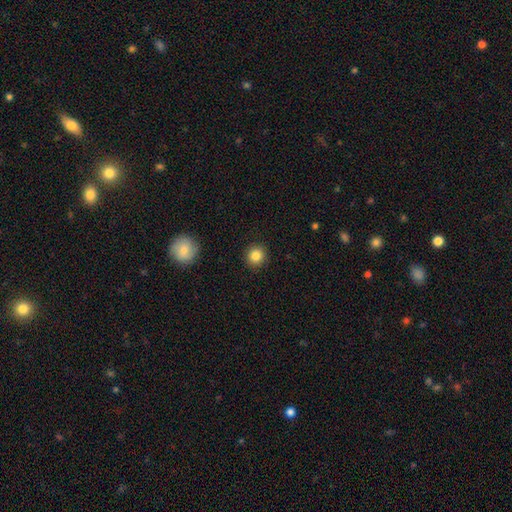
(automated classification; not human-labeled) Smooth or featured? smooth (84%)
How rounded? round (91%)
Merging? none (92%)